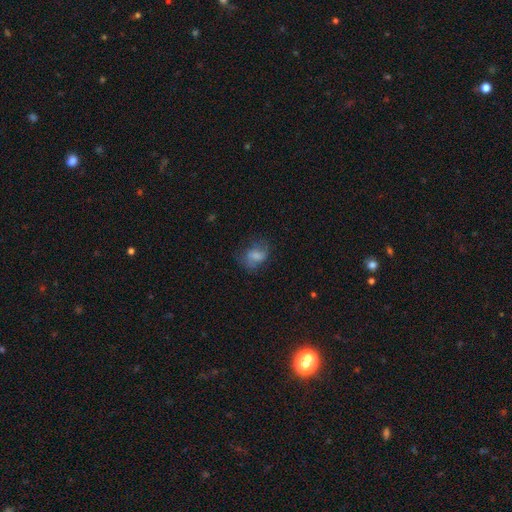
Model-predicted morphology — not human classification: Overall: smooth (54%; featured or disk 36%). How rounded: in between (65%; round 34%). Merging: none (54%; minor disturbance 25%).